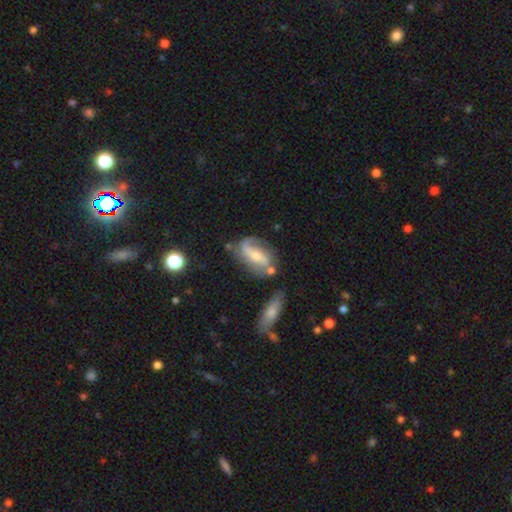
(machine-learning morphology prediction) This is likely a featured or disk galaxy (75%). It is clearly not viewed edge-on (91%). Bar: marginally weak (35%). Spiral arm pattern: clearly yes (90%). Spiral arm count: likely 2 (71%). Spiral winding: possibly loose (56%). Central bulge: possibly small (48%). Merging: possibly none (53%).